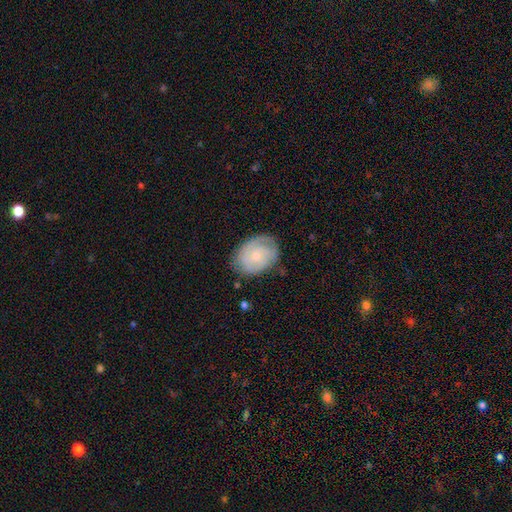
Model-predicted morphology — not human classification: smooth_or_featured: featured or disk (p=0.51) [alt: smooth p=0.42]
disk_edge_on: no (p=0.97) [alt: yes p=0.03]
merging: none (p=0.71) [alt: minor disturbance p=0.22]